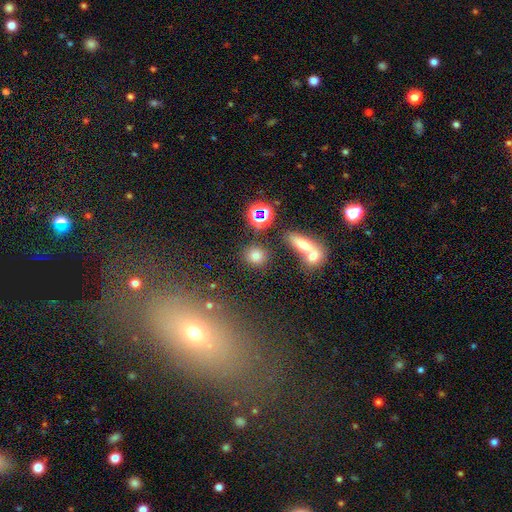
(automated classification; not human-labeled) This is likely a smooth galaxy (73%). How rounded: likely round (74%). Merging: likely none (76%).